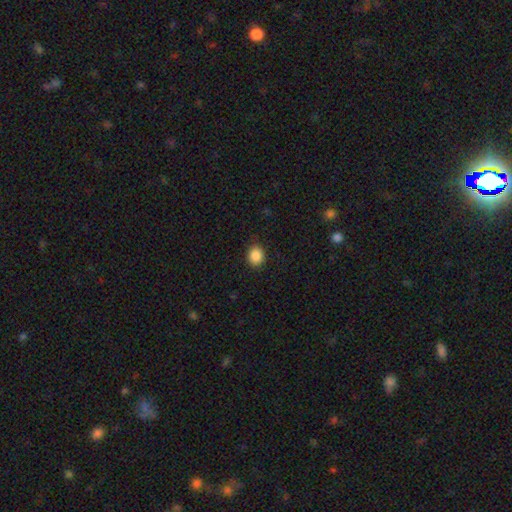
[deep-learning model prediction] Overall: smooth (87%). How rounded: round (66%; in between 33%). Merging: none (86%).